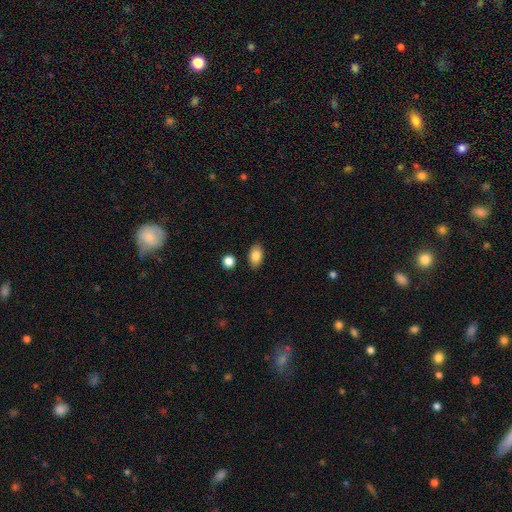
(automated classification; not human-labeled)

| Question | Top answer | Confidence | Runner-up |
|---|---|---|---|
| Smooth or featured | smooth | 86% | star or artifact (8%) |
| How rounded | in between | 90% | round (8%) |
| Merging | none | 86% | minor disturbance (9%) |